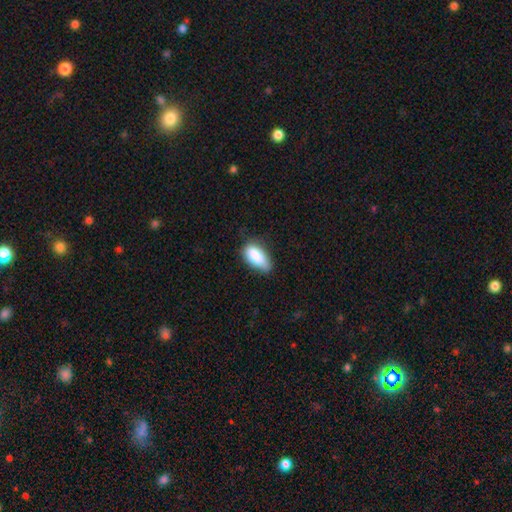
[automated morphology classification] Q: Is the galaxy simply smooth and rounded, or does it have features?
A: smooth — 85%.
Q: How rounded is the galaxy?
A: in between — 87%.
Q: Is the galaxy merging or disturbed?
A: none — 56%.